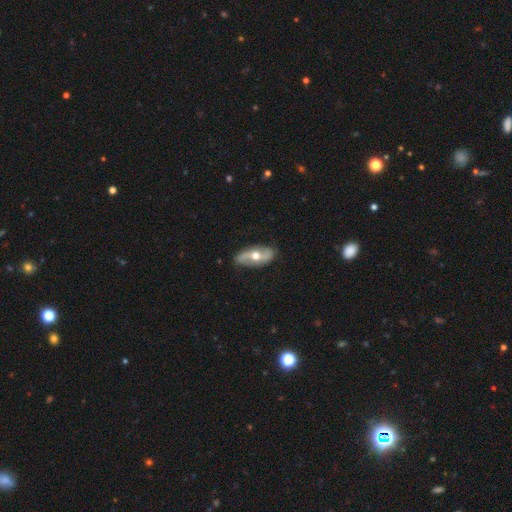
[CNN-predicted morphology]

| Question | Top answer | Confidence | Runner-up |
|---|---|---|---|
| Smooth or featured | featured or disk | 74% | smooth (21%) |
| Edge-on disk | no | 88% | yes (12%) |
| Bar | no | 55% | weak (29%) |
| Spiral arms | yes | 82% | no (18%) |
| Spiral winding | loose | 61% | medium (28%) |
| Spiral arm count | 2 | 90% | can't tell (5%) |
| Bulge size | moderate | 79% | large (10%) |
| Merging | none | 81% | minor disturbance (14%) |